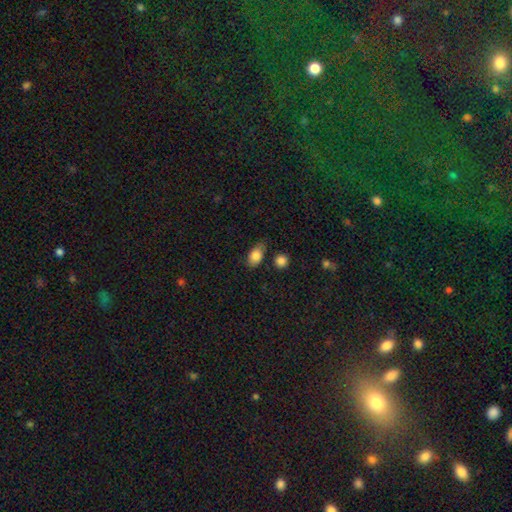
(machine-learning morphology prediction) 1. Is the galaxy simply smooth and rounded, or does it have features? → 83% smooth, 9% featured or disk, 8% star or artifact.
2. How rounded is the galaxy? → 84% in between, 13% round, 3% cigar-shaped.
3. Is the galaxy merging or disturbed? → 68% none, 22% minor disturbance, 6% merger, 5% major disturbance.